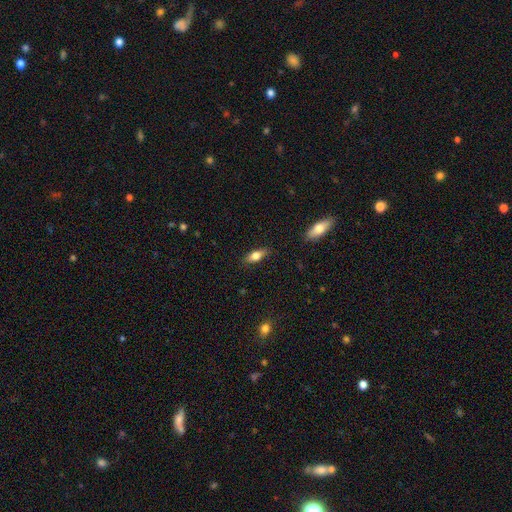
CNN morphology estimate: This appears to be a smooth galaxy with no disk features (68%) that is in between round and cigar-shaped (73%). Merging: none (84%).